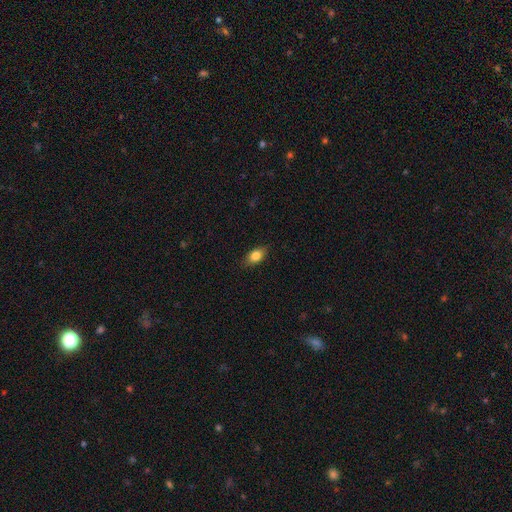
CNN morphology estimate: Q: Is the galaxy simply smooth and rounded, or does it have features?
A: smooth — 82%.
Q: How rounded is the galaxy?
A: in between — 85%.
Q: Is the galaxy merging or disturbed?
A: none — 85%.